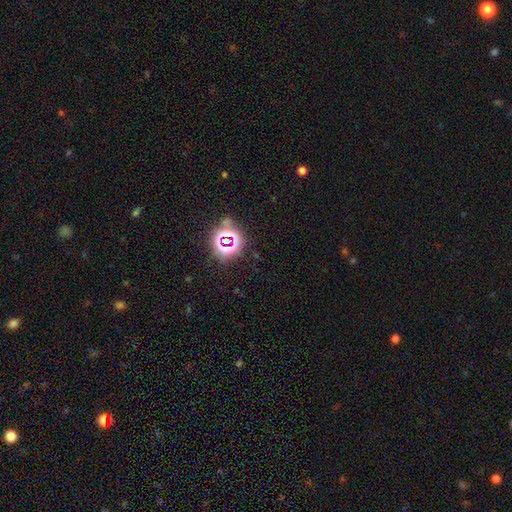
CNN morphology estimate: Smooth or featured? star or artifact (78%)